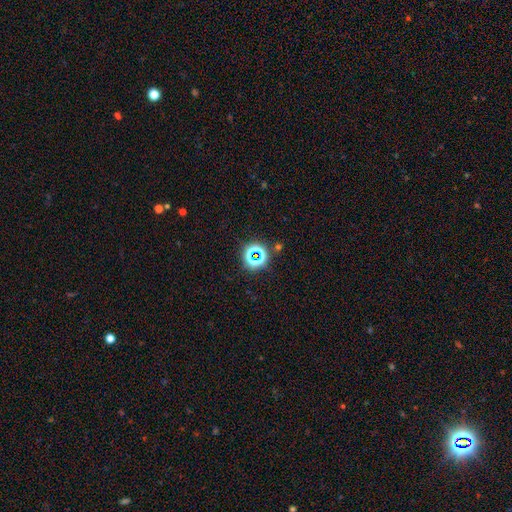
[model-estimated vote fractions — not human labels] star or artifact 63%, smooth 27%, featured or disk 10%.